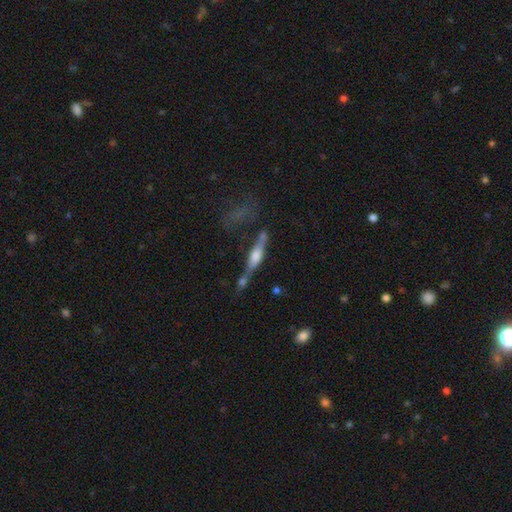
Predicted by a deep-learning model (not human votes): smooth-or-featured: featured or disk: 67% | smooth: 25% | star or artifact: 8%
  disk-edge-on: yes: 93% | no: 7%
    edge-on-bulge: rounded: 81% | boxy: 14% | none: 5%
  merging: none: 53% | merger: 18% | minor disturbance: 18% | major disturbance: 10%